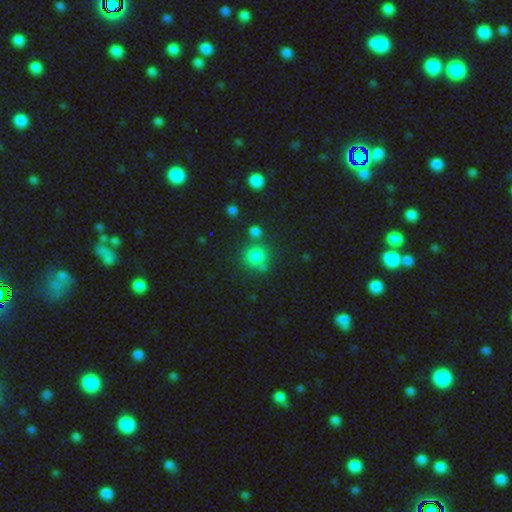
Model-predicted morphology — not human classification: Overall: smooth (81%). How rounded: round (89%). Merging: none (68%).